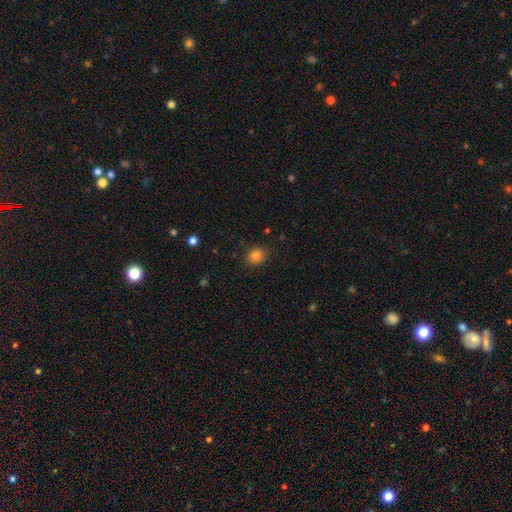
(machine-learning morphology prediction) smooth_or_featured: smooth (p=0.83) [alt: star or artifact p=0.12]
how_rounded: round (p=0.65) [alt: in between p=0.35]
merging: none (p=0.87) [alt: minor disturbance p=0.09]